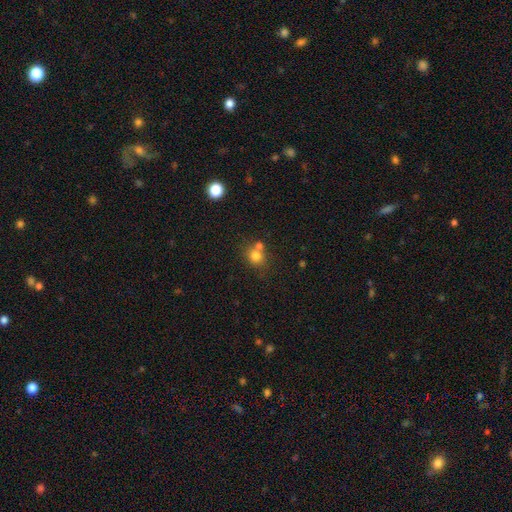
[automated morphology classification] smooth_or_featured: smooth (p=0.78) [alt: star or artifact p=0.13]
how_rounded: round (p=0.83) [alt: in between p=0.16]
merging: none (p=0.55) [alt: merger p=0.32]